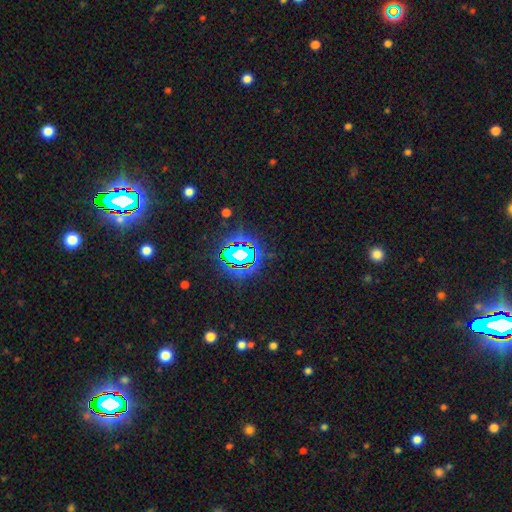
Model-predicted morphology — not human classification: Q: Smooth or featured?
A: star or artifact (82%); runner-up: smooth (10%)